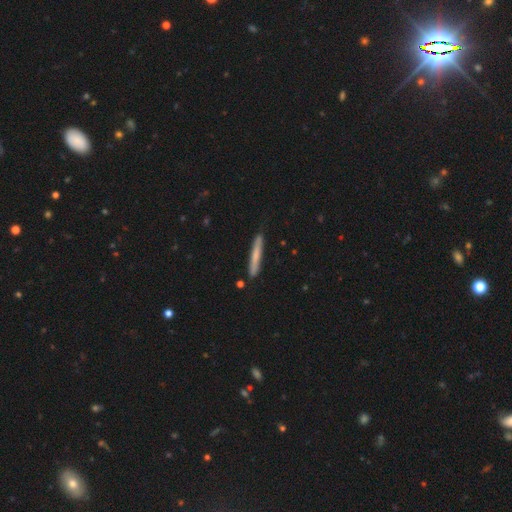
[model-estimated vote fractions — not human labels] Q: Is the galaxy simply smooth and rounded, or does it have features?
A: smooth — 68%.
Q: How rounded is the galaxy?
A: cigar-shaped — 96%.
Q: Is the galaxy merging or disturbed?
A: none — 87%.